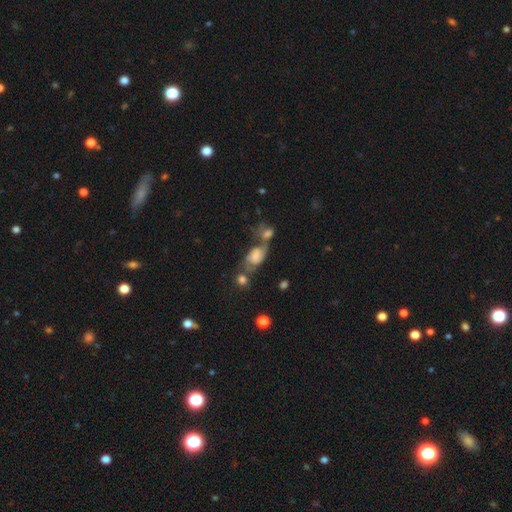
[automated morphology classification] type=featured or disk (45%); merging=merger (42%).